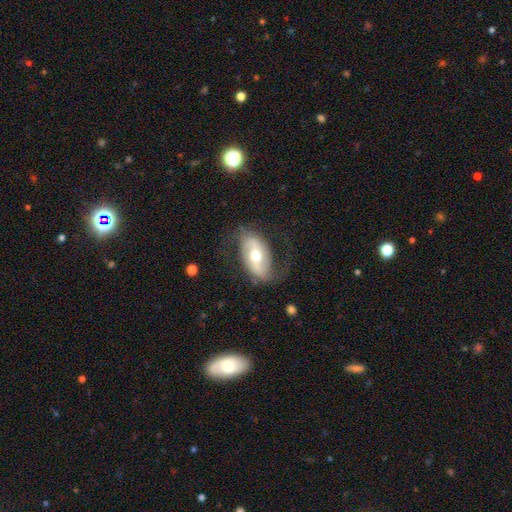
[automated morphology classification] Smooth or featured: featured or disk — 67% (smooth — 27%)
Edge-on disk: no — 93% (yes — 7%)
Bar: strong — 38% (weak — 34%)
Spiral arms: yes — 79% (no — 21%)
Bulge size: moderate — 70% (small — 21%)
Merging: none — 63% (minor disturbance — 20%)